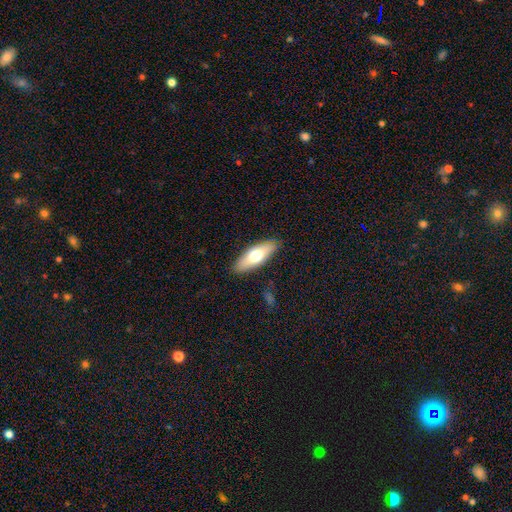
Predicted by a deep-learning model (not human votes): Smooth or featured? smooth (63%)
How rounded? in between (65%)
Merging? none (88%)